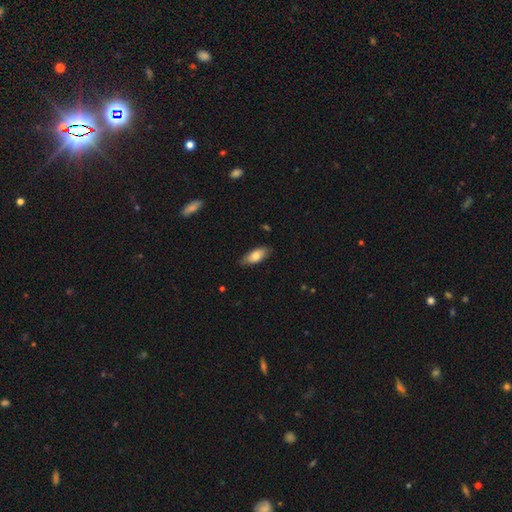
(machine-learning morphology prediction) Smooth or featured? smooth (76%)
How rounded? in between (83%)
Merging? none (79%)